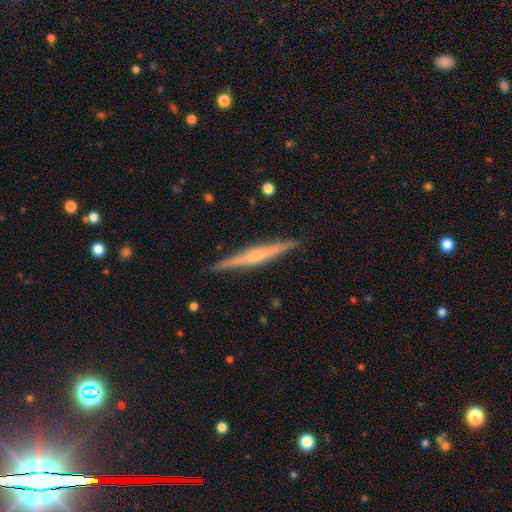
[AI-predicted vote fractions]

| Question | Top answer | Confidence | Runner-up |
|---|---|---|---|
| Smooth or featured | featured or disk | 70% | smooth (24%) |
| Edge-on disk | yes | 98% | no (2%) |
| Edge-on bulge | rounded | 61% | none (26%) |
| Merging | none | 91% | minor disturbance (7%) |